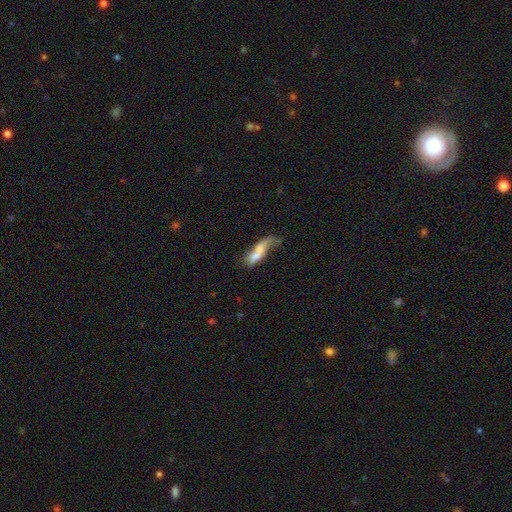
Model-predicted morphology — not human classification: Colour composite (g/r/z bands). It shows a smooth galaxy with no disk features (56%) that is in between round and cigar-shaped (52%). Merging: merger (40%).